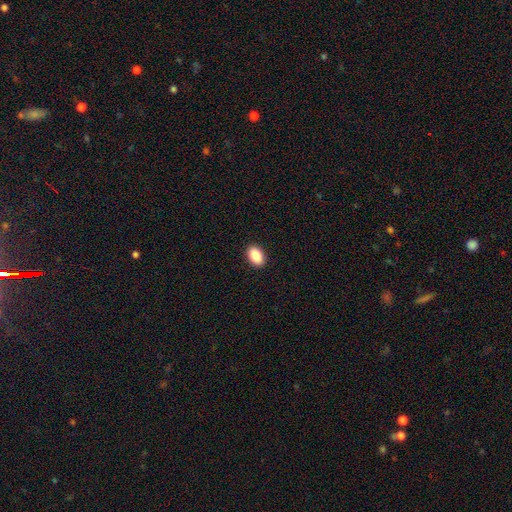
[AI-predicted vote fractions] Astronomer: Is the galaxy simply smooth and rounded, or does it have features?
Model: smooth — 89%.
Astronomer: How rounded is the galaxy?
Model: in between — 89%.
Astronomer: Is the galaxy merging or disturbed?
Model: none — 91%.